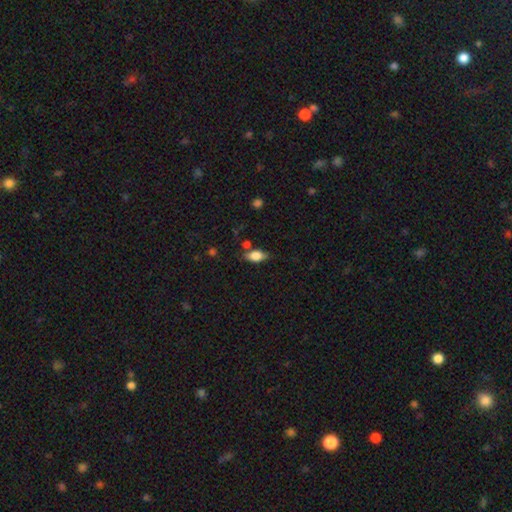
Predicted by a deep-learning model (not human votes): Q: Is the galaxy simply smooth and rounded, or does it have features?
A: smooth — 76%.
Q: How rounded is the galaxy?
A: in between — 86%.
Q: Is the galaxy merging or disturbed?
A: none — 70%.